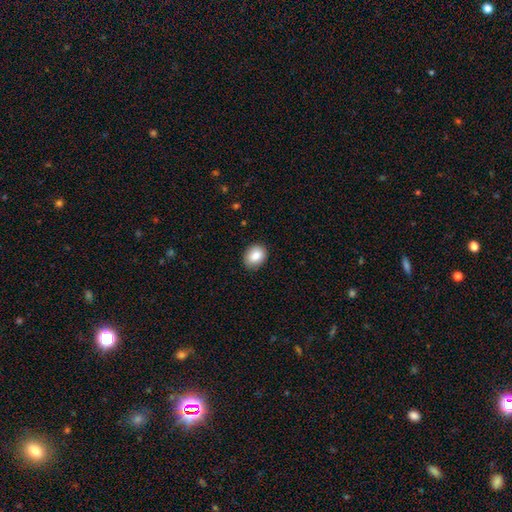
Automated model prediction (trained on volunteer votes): Smooth or featured: smooth — 86% (star or artifact — 8%)
How rounded: in between — 56% (round — 43%)
Merging: none — 88% (minor disturbance — 9%)